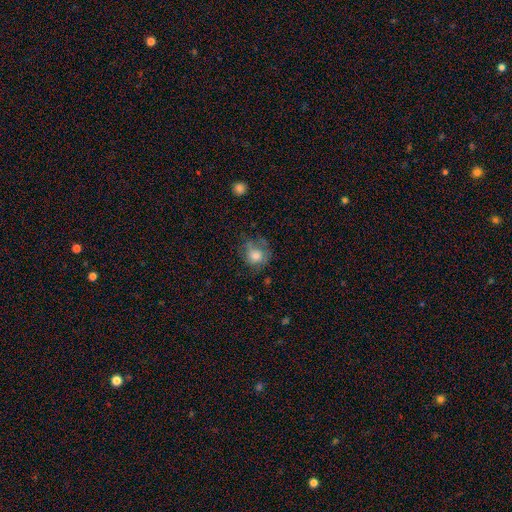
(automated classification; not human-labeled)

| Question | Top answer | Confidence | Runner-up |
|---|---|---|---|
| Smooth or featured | smooth | 67% | featured or disk (23%) |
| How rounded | round | 74% | in between (25%) |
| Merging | none | 50% | minor disturbance (27%) |